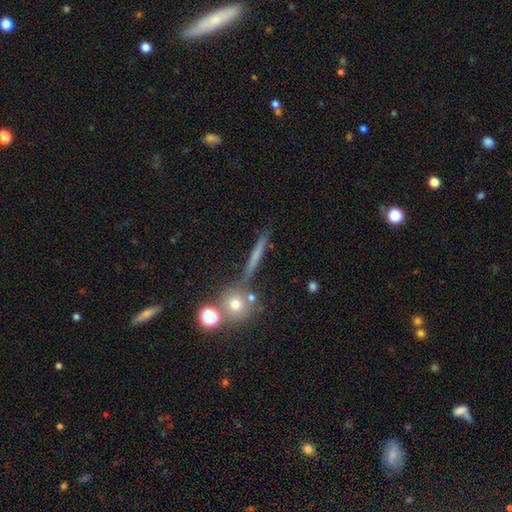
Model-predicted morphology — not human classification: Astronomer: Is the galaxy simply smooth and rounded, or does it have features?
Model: smooth — 53% (runner-up: featured or disk, 34%).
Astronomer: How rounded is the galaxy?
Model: cigar-shaped — 82%.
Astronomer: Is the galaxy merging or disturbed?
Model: none — 75%.